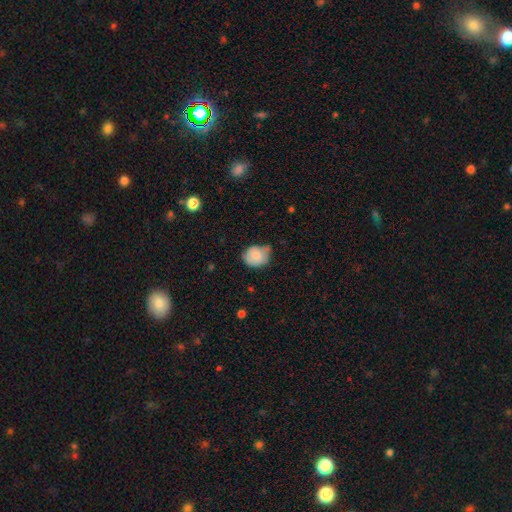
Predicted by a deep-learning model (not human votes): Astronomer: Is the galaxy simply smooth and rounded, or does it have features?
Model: smooth — 80%.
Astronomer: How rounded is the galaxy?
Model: round — 56% (runner-up: in between, 43%).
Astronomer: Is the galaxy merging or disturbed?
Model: none — 45% (runner-up: minor disturbance, 42%).